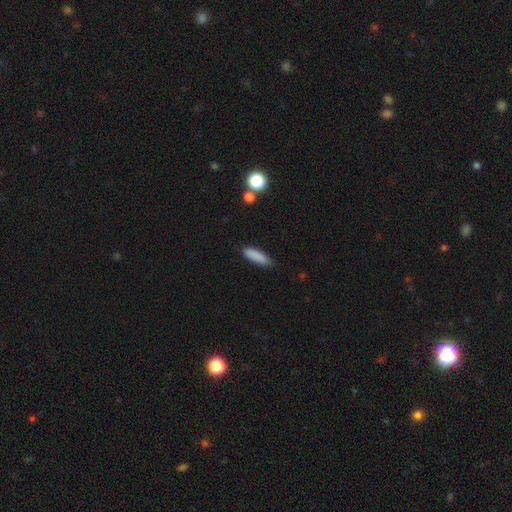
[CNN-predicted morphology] A smooth galaxy with no disk features (86%) that is cigar-shaped (60%). Merging: none (84%).